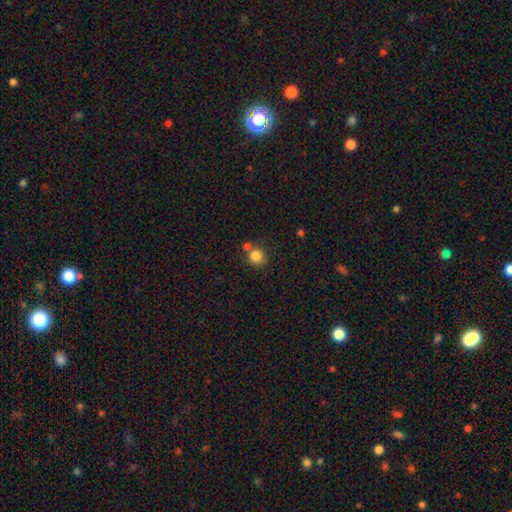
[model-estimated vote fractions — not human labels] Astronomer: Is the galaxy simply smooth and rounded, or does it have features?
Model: smooth — 83%.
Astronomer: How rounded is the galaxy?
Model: round — 89%.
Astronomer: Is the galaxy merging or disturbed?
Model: none — 66%.